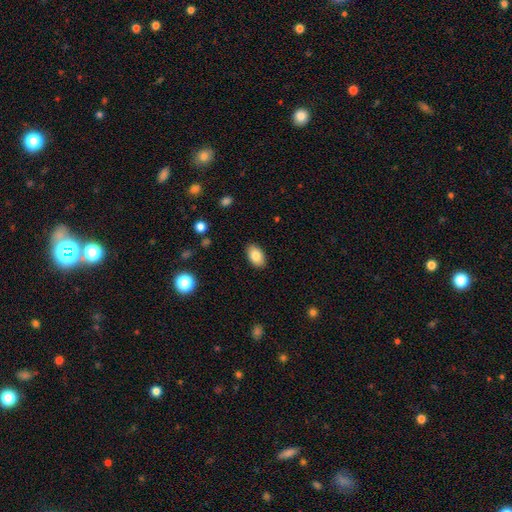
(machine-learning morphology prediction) A smooth galaxy with no disk features (83%) that is in between round and cigar-shaped (92%).

Vote fractions:
- Smooth or featured? smooth: 83% / featured or disk: 10% / star or artifact: 7%
- How rounded? in between: 92% / round: 7% / cigar-shaped: 1%
- Merging? none: 88% / minor disturbance: 9% / major disturbance: 2% / merger: 1%